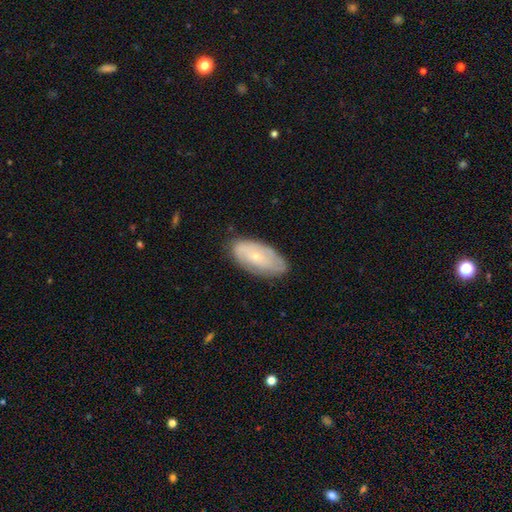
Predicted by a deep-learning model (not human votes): The model was most divided on "smooth or featured": featured or disk: 48%, smooth: 45%, star or artifact: 7%. More confident: merging — none (77%).